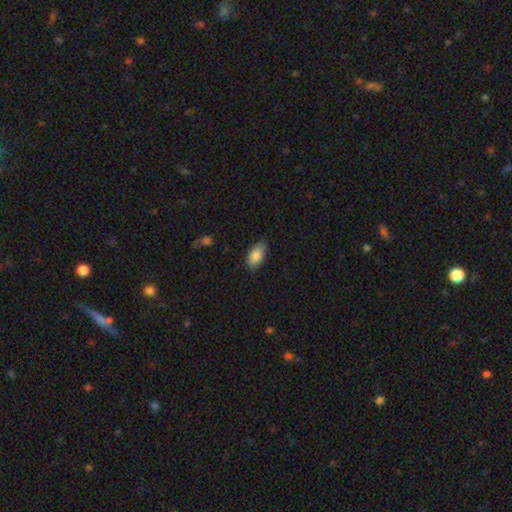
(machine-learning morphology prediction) Smooth or featured?
  - smooth: 85% *
  - featured or disk: 8%
  - star or artifact: 7%
How rounded?
  - in between: 94% *
  - cigar-shaped: 3%
  - round: 3%
Merging?
  - none: 79% *
  - minor disturbance: 17%
  - major disturbance: 3%
  - merger: 1%